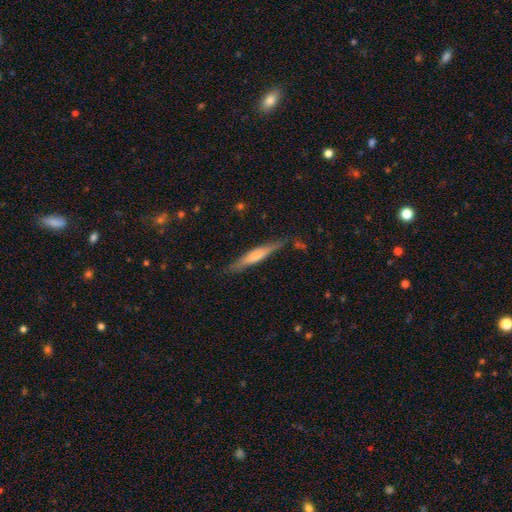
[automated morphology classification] Smooth or featured: featured or disk — 51% (smooth — 42%)
Edge-on disk: yes — 94% (no — 6%)
Merging: none — 83% (minor disturbance — 13%)